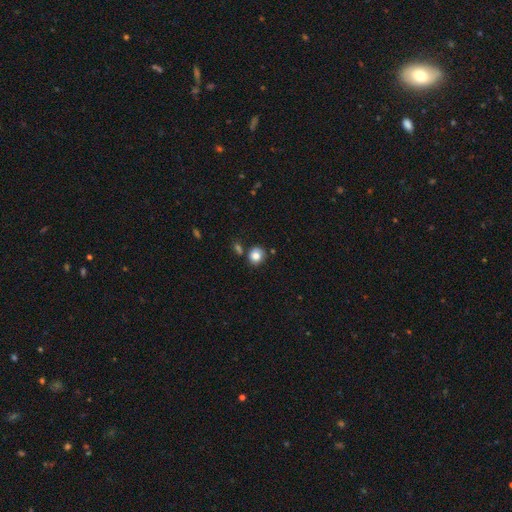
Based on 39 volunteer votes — Smooth or featured?
  - smooth: 79% *
  - star or artifact: 13%
  - featured or disk: 8%
How rounded?
  - round: 97% *
  - in between: 3%
  - cigar-shaped: 0%
Merging?
  - none: 65% *
  - minor disturbance: 21%
  - merger: 9%
  - major disturbance: 6%